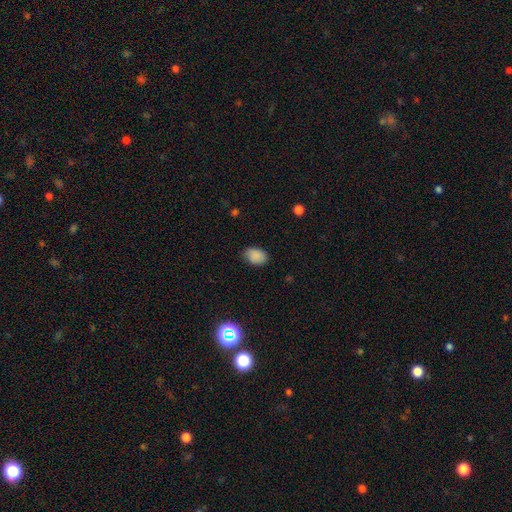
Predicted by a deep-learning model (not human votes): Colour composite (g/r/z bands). It shows a smooth galaxy with no disk features (87%) that is in between round and cigar-shaped (80%). Merging: none (78%).